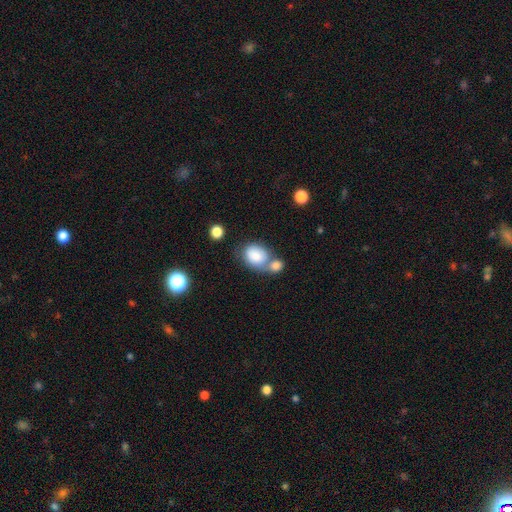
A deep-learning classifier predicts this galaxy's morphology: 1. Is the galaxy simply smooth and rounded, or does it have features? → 81% smooth, 11% featured or disk, 8% star or artifact.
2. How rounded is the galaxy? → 62% in between, 37% round, 1% cigar-shaped.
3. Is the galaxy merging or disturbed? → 52% merger, 29% none, 12% minor disturbance, 6% major disturbance.